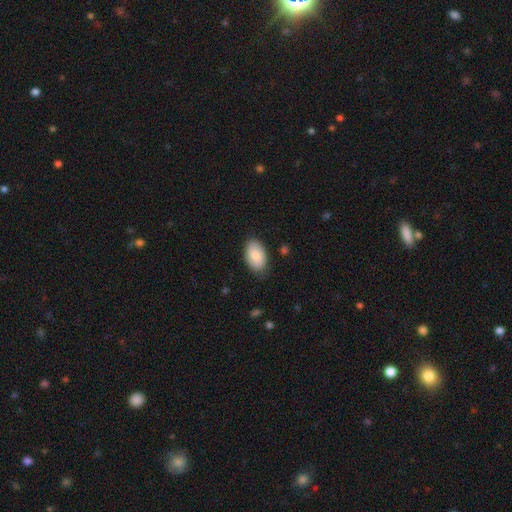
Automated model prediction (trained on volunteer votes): smooth 84%, featured or disk 10%, star or artifact 6%. Down the decision tree: how rounded — in between (93%); merging — none (79%).